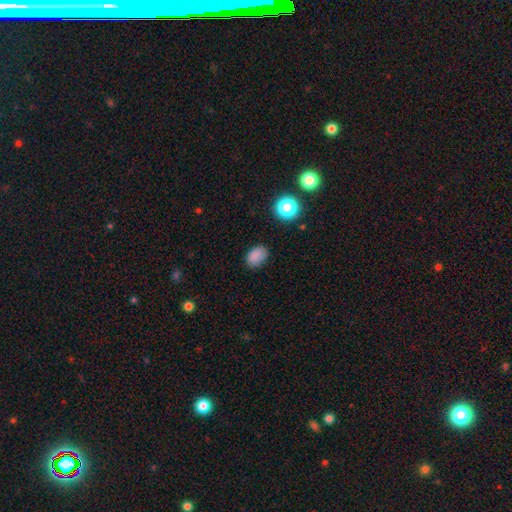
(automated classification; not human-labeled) Overall: smooth (84%). How rounded: in between (80%). Merging: none (79%).